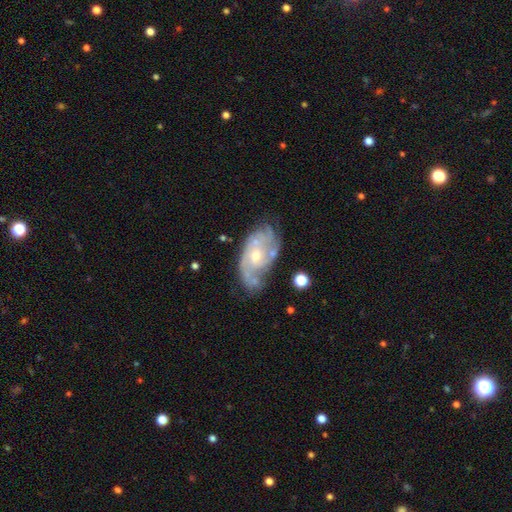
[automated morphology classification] This is clearly a featured or disk galaxy (82%). It is clearly not viewed edge-on (95%). Bar: likely no (71%). Spiral arm pattern: clearly yes (90%). Spiral arm count: marginally can't tell (36%). Spiral winding: possibly tight (49%). Central bulge: possibly small (51%). Merging: possibly none (59%).